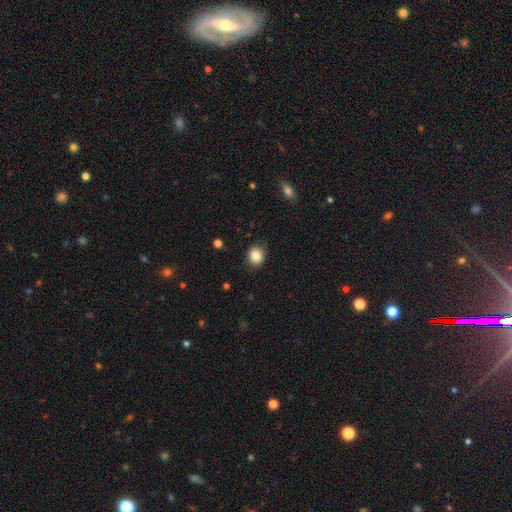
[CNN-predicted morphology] A smooth galaxy with no disk features (85%) that is round (71%).

Vote fractions:
- Smooth or featured? smooth: 85% / star or artifact: 9% / featured or disk: 5%
- How rounded? round: 71% / in between: 28% / cigar-shaped: 1%
- Merging? none: 85% / minor disturbance: 11% / major disturbance: 3% / merger: 1%